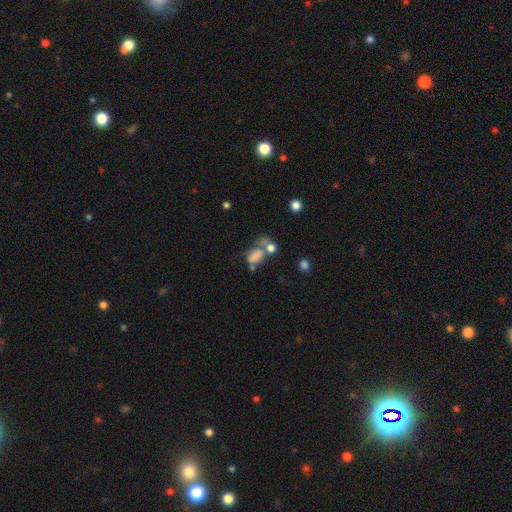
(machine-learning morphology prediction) smooth 66%, featured or disk 20%, star or artifact 14%. Down the decision tree: how rounded — in between (79%); merging — merger (44%).